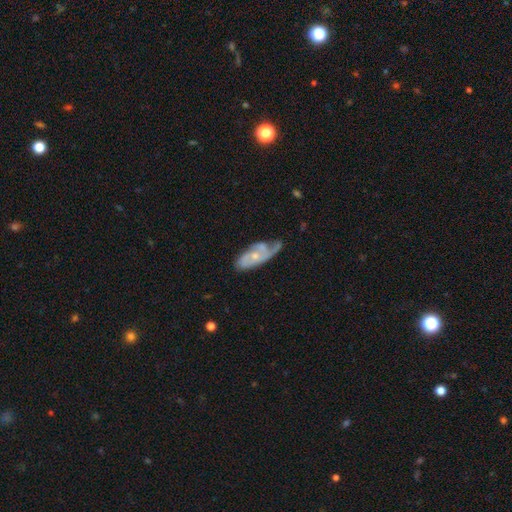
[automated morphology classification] smooth-or-featured: featured or disk: 72% | smooth: 23% | star or artifact: 6%
  disk-edge-on: no: 91% | yes: 9%
    bar: no: 72% | weak: 24% | strong: 5%
    has-spiral-arms: yes: 86% | no: 14%
      spiral-winding: medium: 40% (tied) | tight: 40% (tied) | loose: 20%
      spiral-arm-count: 2: 45% | can't tell: 25% | 1: 15% | 3: 11% | 4: 2% | more than 4: 2%
    bulge-size: small: 57% | moderate: 37% | none: 3% | large: 1% | dominant: 1%
  merging: none: 45% | minor disturbance: 32% | major disturbance: 18% | merger: 5%